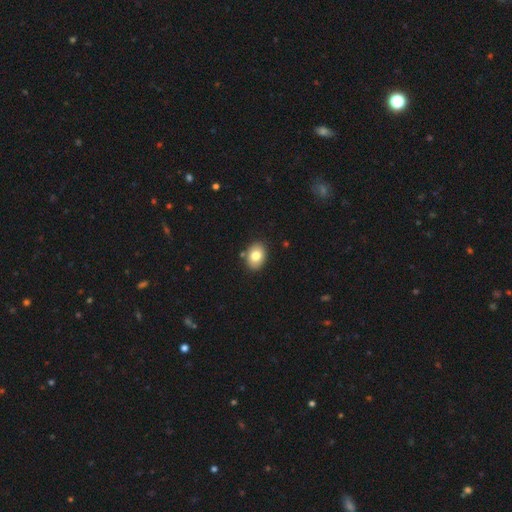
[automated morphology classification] This appears to be a smooth galaxy with no disk features (80%) that is in between round and cigar-shaped (75%). Merging: none (86%).